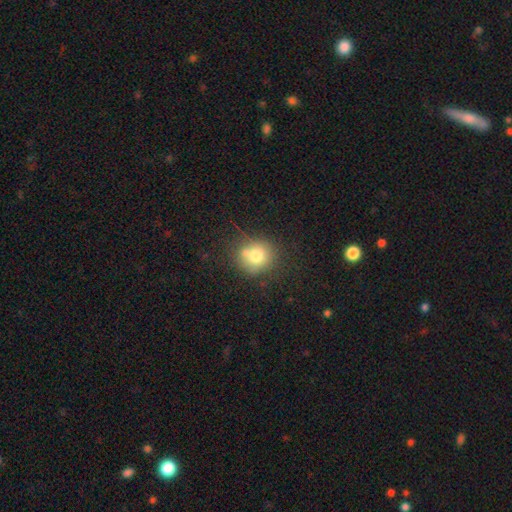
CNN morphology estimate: A smooth galaxy with no disk features (74%) that is round (84%). Merging: none (64%).